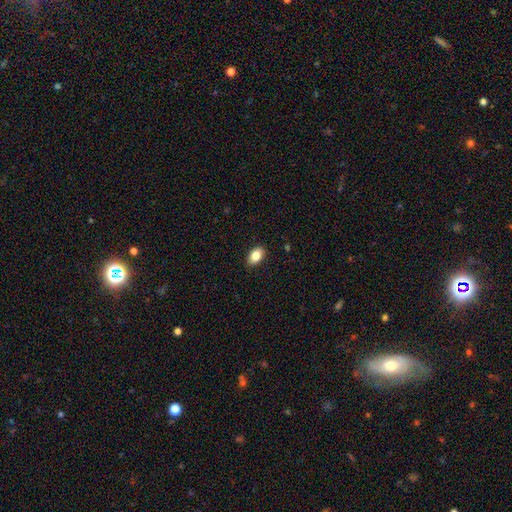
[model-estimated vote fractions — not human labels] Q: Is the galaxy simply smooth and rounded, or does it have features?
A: smooth — 85%.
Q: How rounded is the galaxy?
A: in between — 90%.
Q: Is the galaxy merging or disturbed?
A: none — 89%.